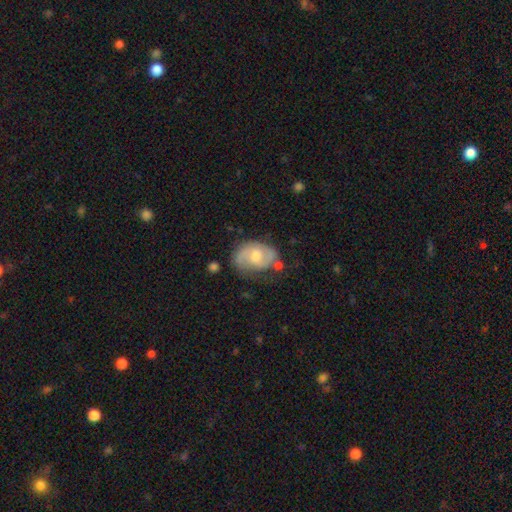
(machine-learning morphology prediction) A featured or disk galaxy (72%) with no bar (53%), 2 (81%) medium (48%) spiral arms (90%) and a moderate central bulge (62%).

Vote fractions:
- Smooth or featured? featured or disk: 72% / smooth: 22% / star or artifact: 6%
- Edge-on disk? no: 97% / yes: 3%
- Bar? no: 53% / weak: 40% / strong: 6%
- Spiral arms? yes: 90% / no: 10%
- Spiral winding? medium: 48% / tight: 32% / loose: 20%
- Spiral arm count? 2: 81% / can't tell: 10% / 1: 5% / 3: 2% / 4: 1% / more than 4: 1%
- Bulge size? moderate: 62% / small: 27% / large: 6% / none: 3% / dominant: 1%
- Merging? none: 64% / minor disturbance: 24% / major disturbance: 8% / merger: 4%